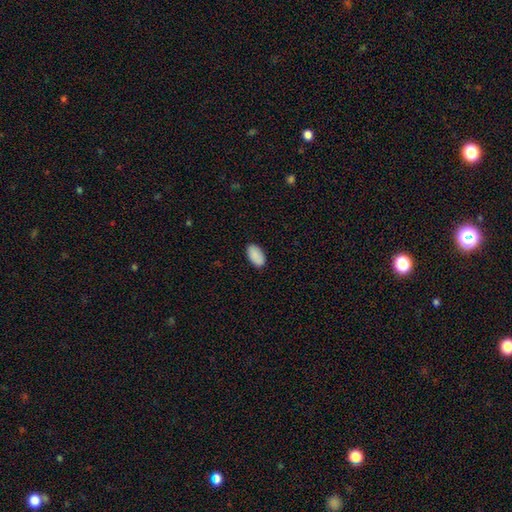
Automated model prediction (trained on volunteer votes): The model was most divided on "merging": none: 88%, minor disturbance: 9%, major disturbance: 2%, merger: 1%. More confident: how rounded — in between (95%); smooth or featured — smooth (90%).